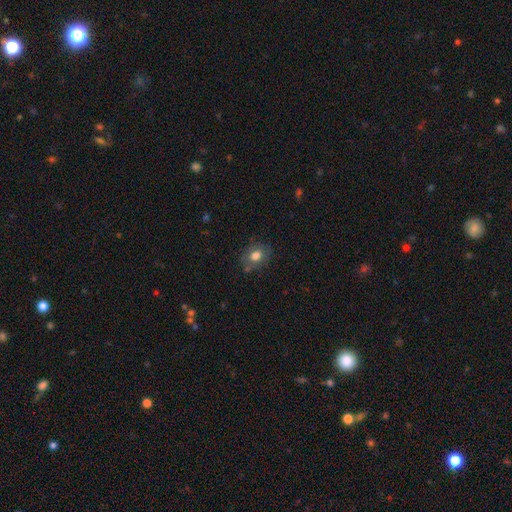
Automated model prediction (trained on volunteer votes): smooth_or_featured: smooth (p=0.74) [alt: featured or disk p=0.16]
how_rounded: in between (p=0.52) [alt: round p=0.47]
merging: none (p=0.73) [alt: minor disturbance p=0.19]